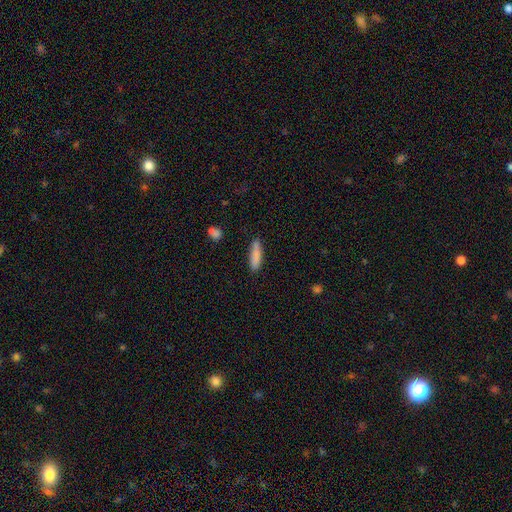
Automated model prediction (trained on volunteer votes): Smooth or featured: smooth — 85% (featured or disk — 8%)
How rounded: cigar-shaped — 71% (in between — 27%)
Merging: none — 81% (minor disturbance — 13%)